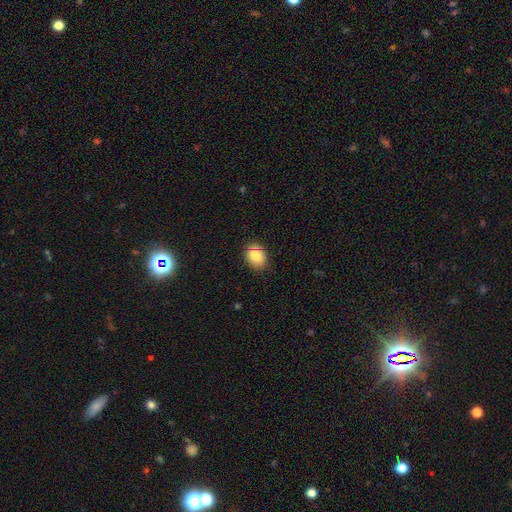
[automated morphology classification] Smooth or featured? Predicted: smooth (p=0.81). How rounded? Predicted: in between (p=0.65). Merging? Predicted: none (p=0.82).